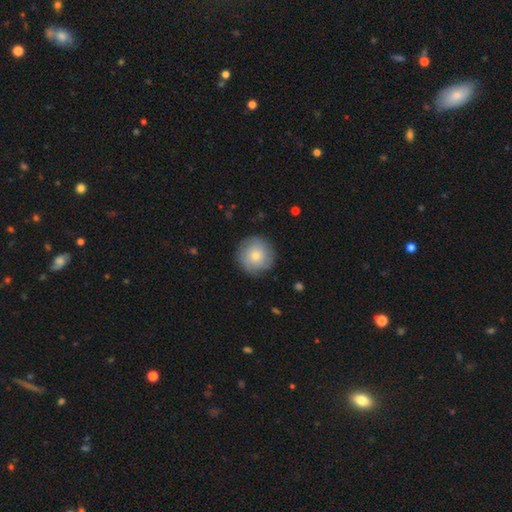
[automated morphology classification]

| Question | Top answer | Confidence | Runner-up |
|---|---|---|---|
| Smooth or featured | smooth | 57% | featured or disk (36%) |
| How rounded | round | 95% | in between (4%) |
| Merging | none | 85% | minor disturbance (10%) |